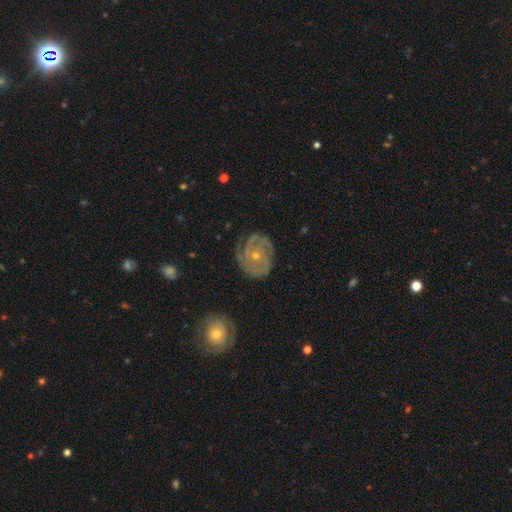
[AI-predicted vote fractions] Smooth or featured? featured or disk (83%)
Edge-on disk? no (97%)
Bar? no (76%)
Spiral arms? yes (95%)
Spiral winding? tight (70%)
Spiral arm count? 3 (31%)
Bulge size? small (63%)
Merging? none (77%)